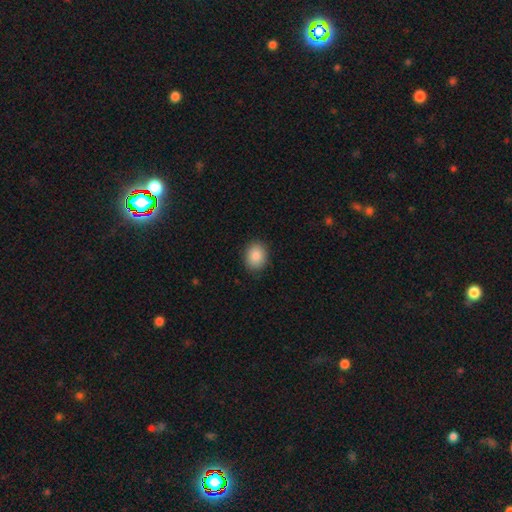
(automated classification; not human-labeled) This appears to be a smooth galaxy with no disk features (88%) that is round (51%). Merging: none (88%).